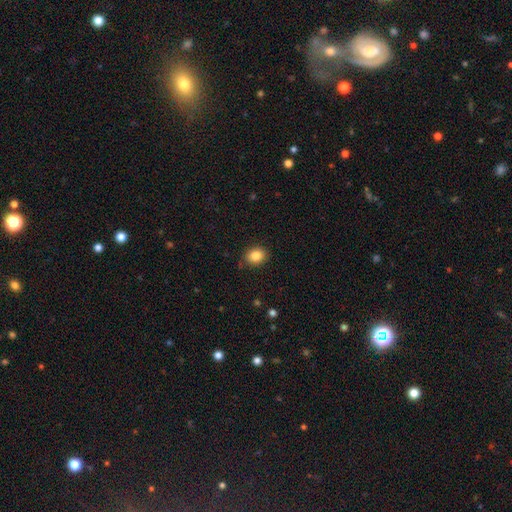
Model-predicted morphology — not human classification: smooth_or_featured: smooth (p=0.85) [alt: star or artifact p=0.09]
how_rounded: round (p=0.53) [alt: in between p=0.46]
merging: none (p=0.84) [alt: minor disturbance p=0.12]